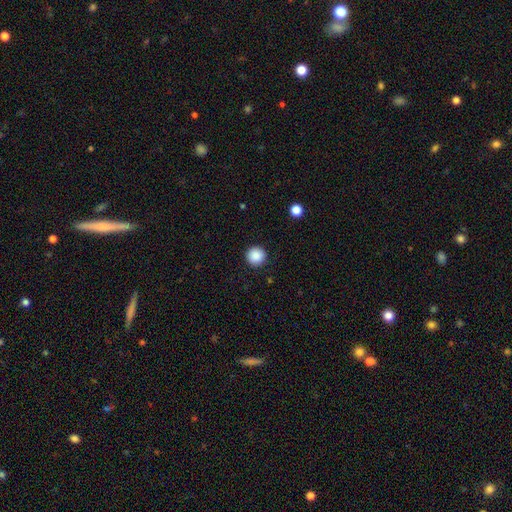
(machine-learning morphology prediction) smooth-or-featured: smooth: 88% | star or artifact: 9% | featured or disk: 3%
  how-rounded: round: 96% | in between: 3% | cigar-shaped: 1%
  merging: none: 93% | minor disturbance: 5% | major disturbance: 2% | merger: 1%